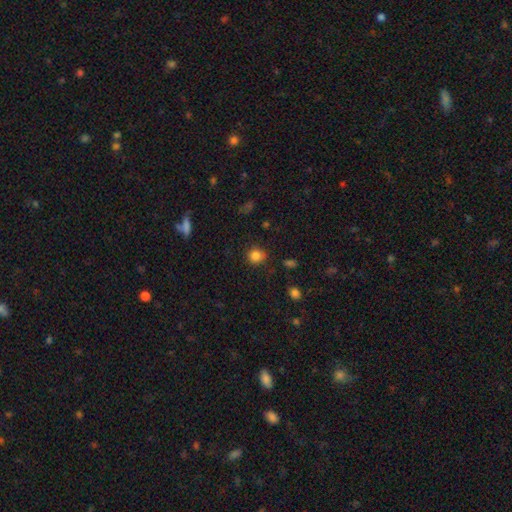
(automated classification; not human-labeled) Smooth or featured? smooth (84%)
How rounded? round (86%)
Merging? none (82%)